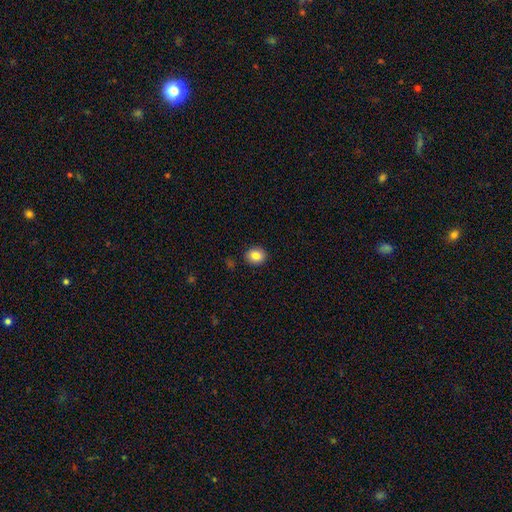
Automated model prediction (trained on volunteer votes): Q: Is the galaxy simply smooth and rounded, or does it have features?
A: smooth — 84%.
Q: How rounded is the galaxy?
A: round — 68%.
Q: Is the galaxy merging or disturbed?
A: none — 90%.